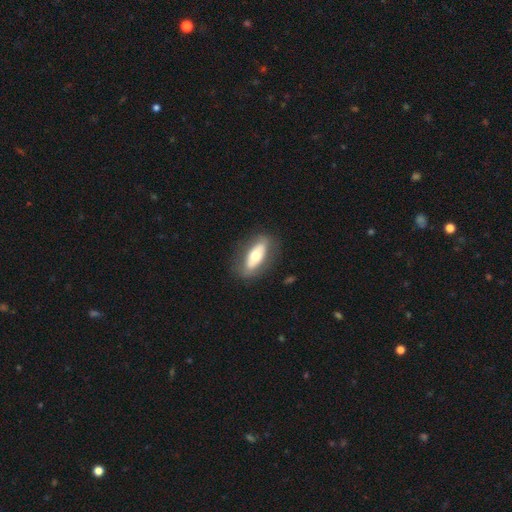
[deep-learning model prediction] This appears to be a smooth galaxy with no disk features (55%) that is in between round and cigar-shaped (74%). Merging: none (81%).